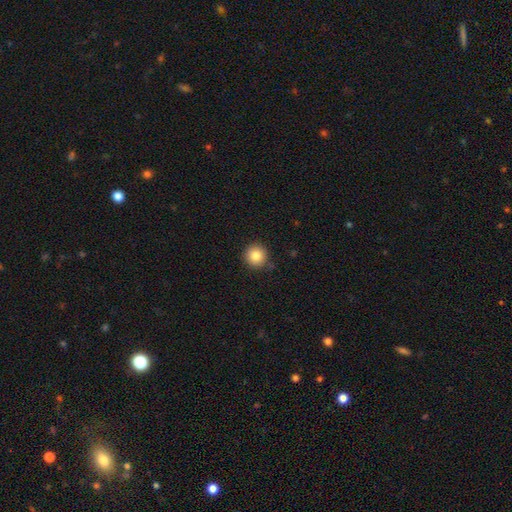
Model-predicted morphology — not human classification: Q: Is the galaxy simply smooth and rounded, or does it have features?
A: smooth — 85%.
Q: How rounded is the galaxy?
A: round — 95%.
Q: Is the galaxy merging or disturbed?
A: none — 86%.